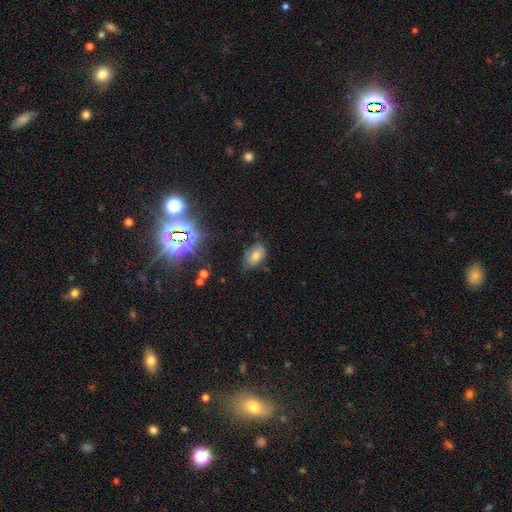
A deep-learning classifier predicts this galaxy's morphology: Overall: smooth (65%). How rounded: in between (87%). Merging: none (64%; minor disturbance 28%).